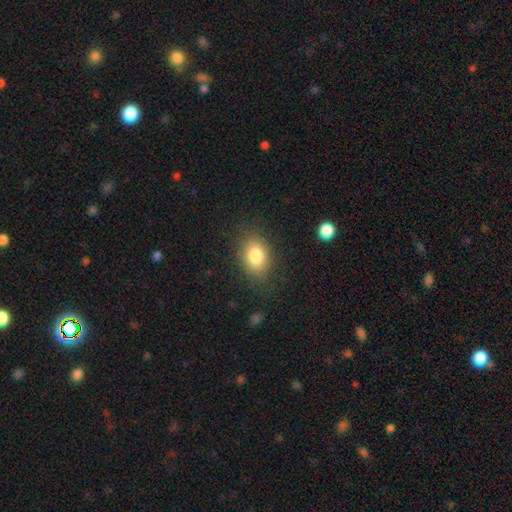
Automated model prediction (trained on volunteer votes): Q: Smooth or featured?
A: smooth (82%); runner-up: featured or disk (9%)
Q: How rounded?
A: in between (77%); runner-up: round (22%)
Q: Merging?
A: none (82%); runner-up: minor disturbance (12%)